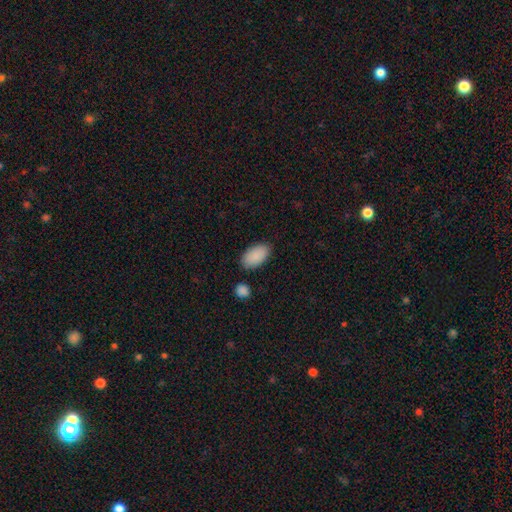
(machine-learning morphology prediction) A smooth galaxy with no disk features (90%) that is in between round and cigar-shaped (95%). Merging: none (84%).